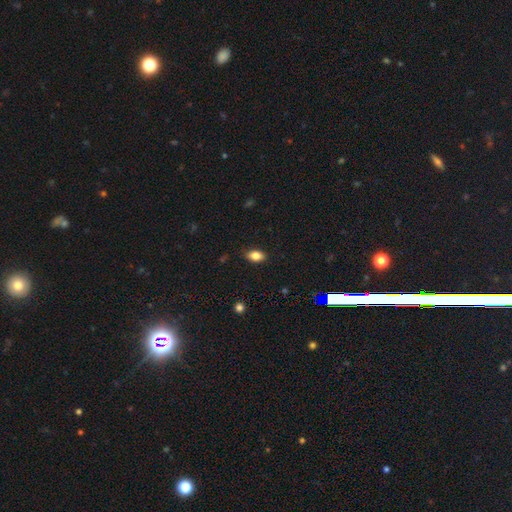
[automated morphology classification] Overall: smooth (83%). How rounded: in between (88%). Merging: none (85%).